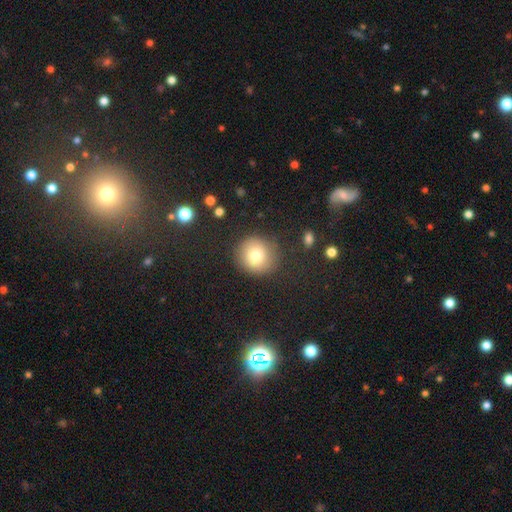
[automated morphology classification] smooth_or_featured: smooth (p=0.77) [alt: featured or disk p=0.12]
how_rounded: round (p=0.89) [alt: in between p=0.10]
merging: none (p=0.84) [alt: minor disturbance p=0.10]